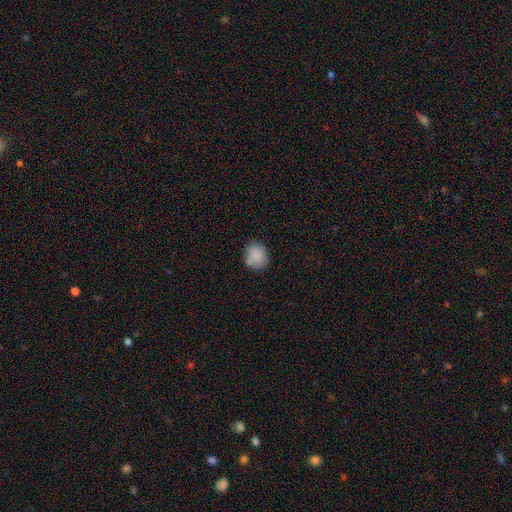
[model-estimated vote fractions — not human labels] Morphology: type=smooth (84%); roundness=round (69%); merging=none (69%).